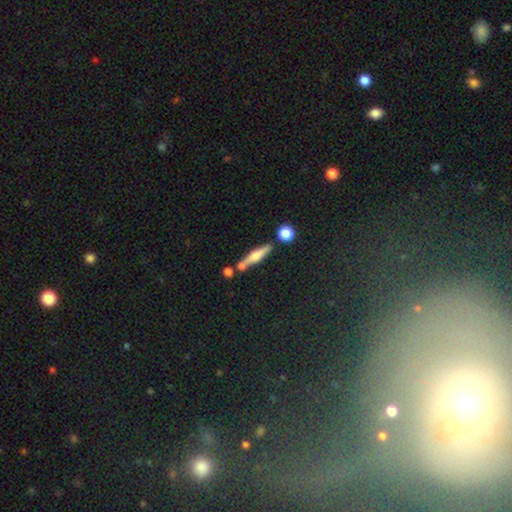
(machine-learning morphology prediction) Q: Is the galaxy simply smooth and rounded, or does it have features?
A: featured or disk — 52%.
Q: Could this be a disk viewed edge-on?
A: yes — 92%.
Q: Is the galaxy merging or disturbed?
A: none — 70%.